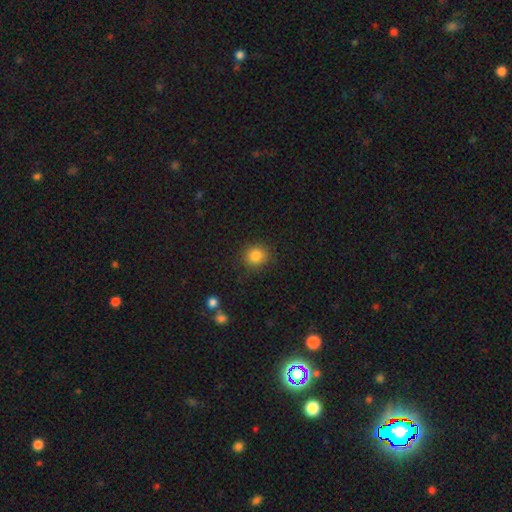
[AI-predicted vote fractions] smooth 84%, star or artifact 11%, featured or disk 5%. Down the decision tree: how rounded — round (85%); merging — none (88%).